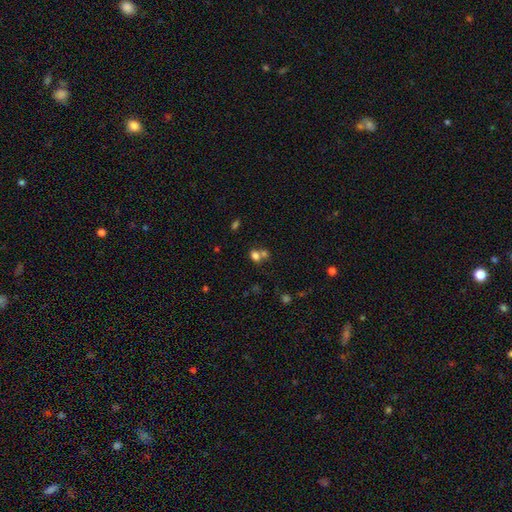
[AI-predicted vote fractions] Smooth or featured?
  - smooth: 74% *
  - star or artifact: 16%
  - featured or disk: 10%
How rounded?
  - round: 51% *
  - in between: 48%
  - cigar-shaped: 1%
Merging?
  - merger: 49% *
  - none: 39%
  - minor disturbance: 8%
  - major disturbance: 4%